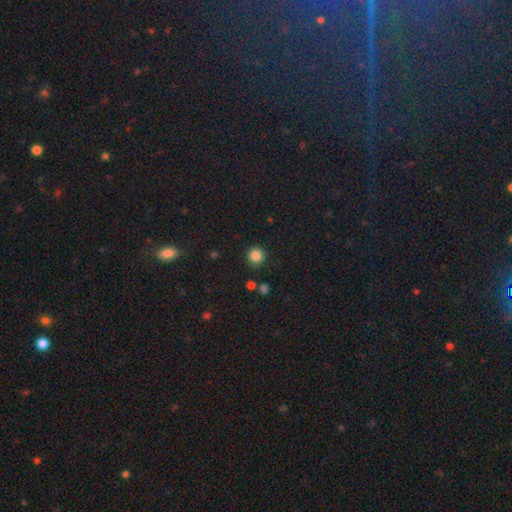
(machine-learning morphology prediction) smooth 85%, star or artifact 12%, featured or disk 4%. Down the decision tree: how rounded — round (93%); merging — none (87%).